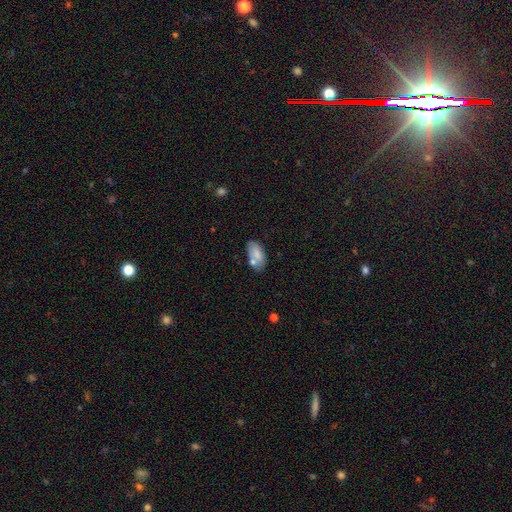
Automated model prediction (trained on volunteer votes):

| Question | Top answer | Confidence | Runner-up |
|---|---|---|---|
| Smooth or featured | smooth | 77% | featured or disk (16%) |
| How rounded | in between | 93% | cigar-shaped (4%) |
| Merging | none | 61% | minor disturbance (19%) |